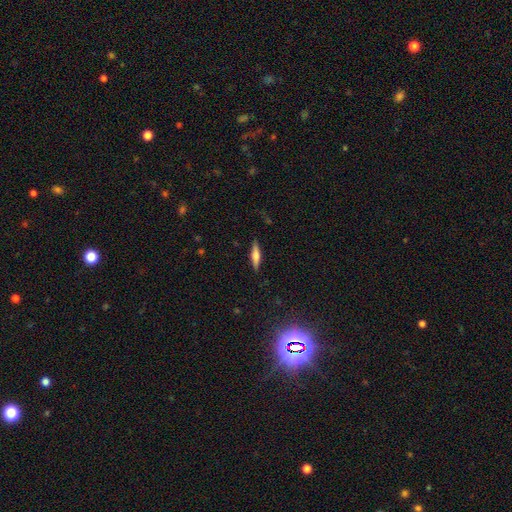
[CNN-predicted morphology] Q: Smooth or featured?
A: featured or disk (50%); runner-up: smooth (43%)
Q: Edge-on disk?
A: yes (95%); runner-up: no (5%)
Q: Merging?
A: none (88%); runner-up: minor disturbance (9%)